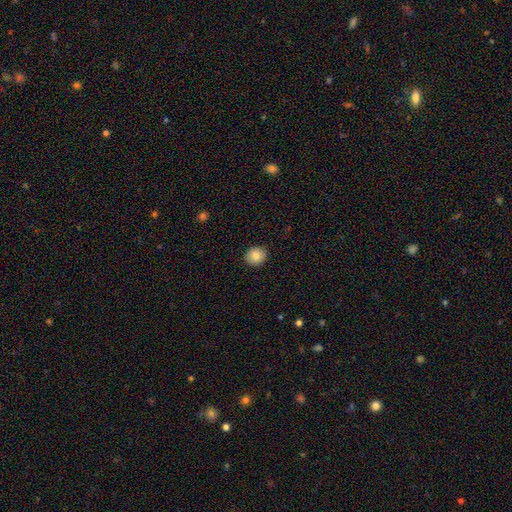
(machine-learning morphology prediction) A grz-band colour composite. It shows a smooth galaxy with no disk features (83%) that is round (72%). Merging: none (90%).